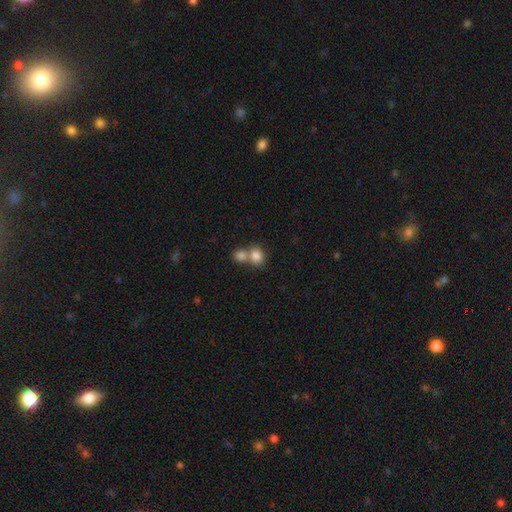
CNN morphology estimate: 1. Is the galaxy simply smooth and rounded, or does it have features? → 83% smooth, 10% star or artifact, 8% featured or disk.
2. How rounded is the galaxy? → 68% round, 31% in between, 1% cigar-shaped.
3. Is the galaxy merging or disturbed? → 52% merger, 38% none, 7% minor disturbance, 3% major disturbance.